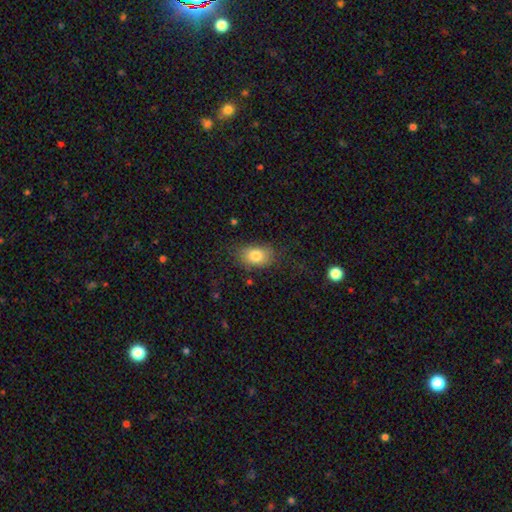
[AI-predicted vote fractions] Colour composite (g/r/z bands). It shows a smooth galaxy with no disk features (81%) that is in between round and cigar-shaped (79%). Merging: none (74%).